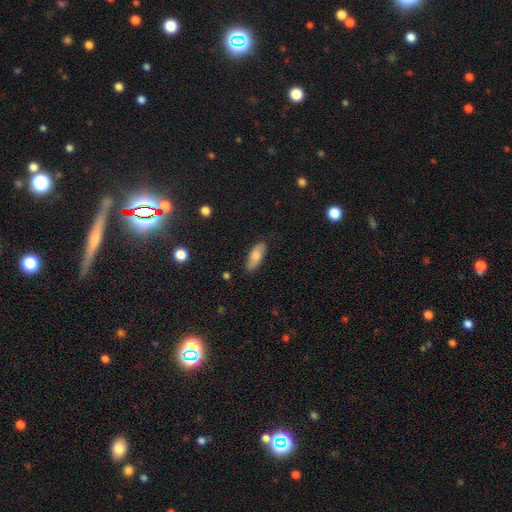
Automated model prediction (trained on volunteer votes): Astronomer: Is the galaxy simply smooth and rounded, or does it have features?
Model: smooth — 74%.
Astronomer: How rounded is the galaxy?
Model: in between — 80%.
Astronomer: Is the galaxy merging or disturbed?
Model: none — 83%.